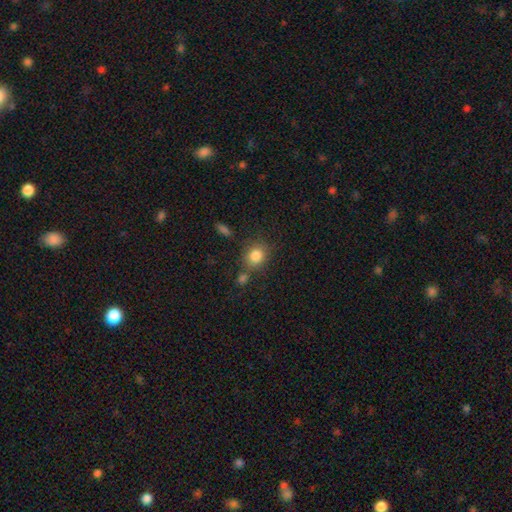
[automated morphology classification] Q: Smooth or featured?
A: smooth (84%); runner-up: star or artifact (10%)
Q: How rounded?
A: round (71%); runner-up: in between (28%)
Q: Merging?
A: none (69%); runner-up: minor disturbance (14%)